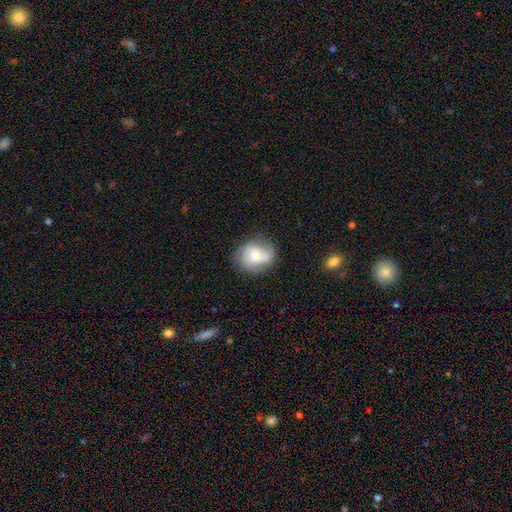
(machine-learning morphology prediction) smooth-or-featured: smooth: 48% | featured or disk: 44% | star or artifact: 8%
  merging: none: 60% | minor disturbance: 25% | major disturbance: 11% | merger: 4%